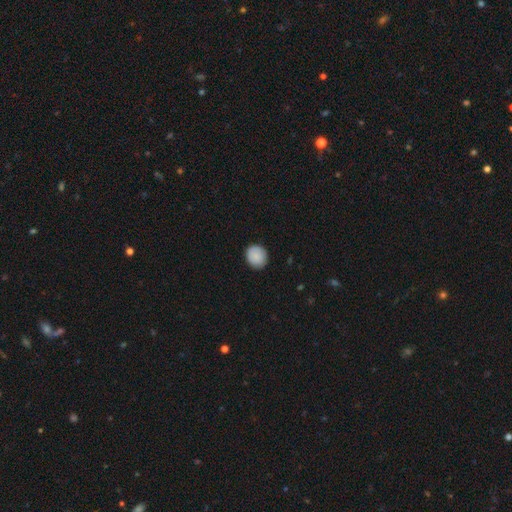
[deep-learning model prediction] Smooth or featured? smooth (87%)
How rounded? round (84%)
Merging? none (88%)